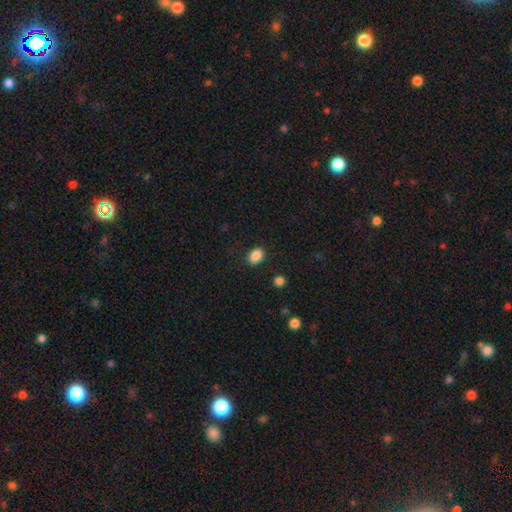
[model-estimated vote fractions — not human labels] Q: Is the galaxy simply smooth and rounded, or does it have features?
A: smooth — 88%.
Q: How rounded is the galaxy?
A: in between — 76%.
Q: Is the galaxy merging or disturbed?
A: none — 87%.